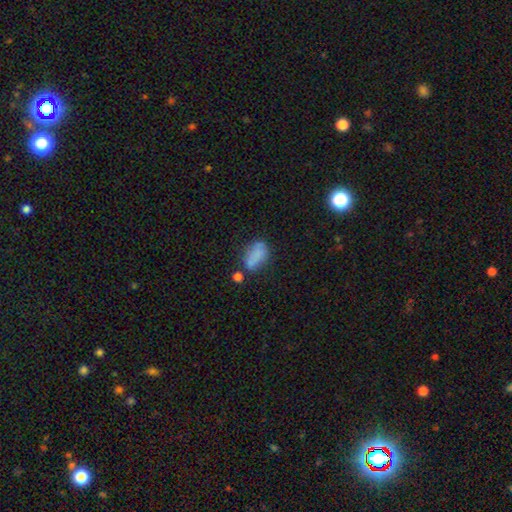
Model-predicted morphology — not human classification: type=smooth (71%); roundness=in between (87%); merging=none (43%).